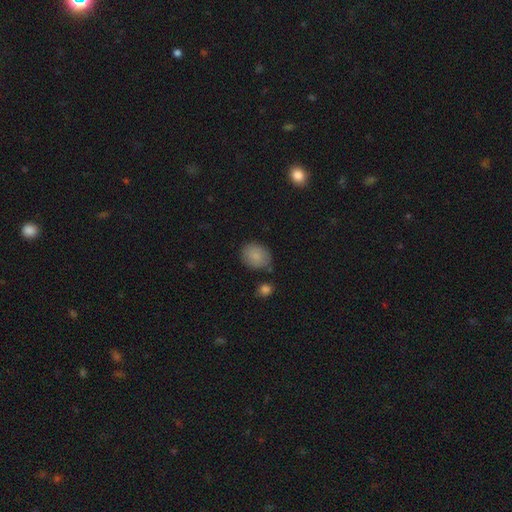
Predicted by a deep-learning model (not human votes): This appears to be a smooth galaxy with no disk features (86%) that is round (51%). Merging: none (76%).